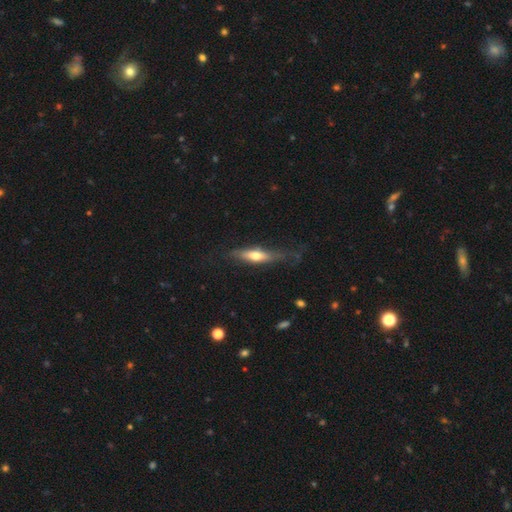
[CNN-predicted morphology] Q: Smooth or featured?
A: smooth (50%); runner-up: featured or disk (44%)
Q: How rounded?
A: cigar-shaped (65%); runner-up: in between (33%)
Q: Merging?
A: none (56%); runner-up: minor disturbance (26%)